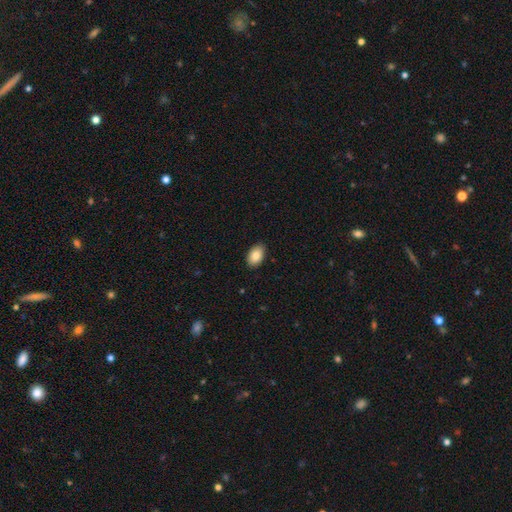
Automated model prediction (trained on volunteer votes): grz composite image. It shows a smooth galaxy with no disk features (87%) that is in between round and cigar-shaped (91%). Merging: none (88%).